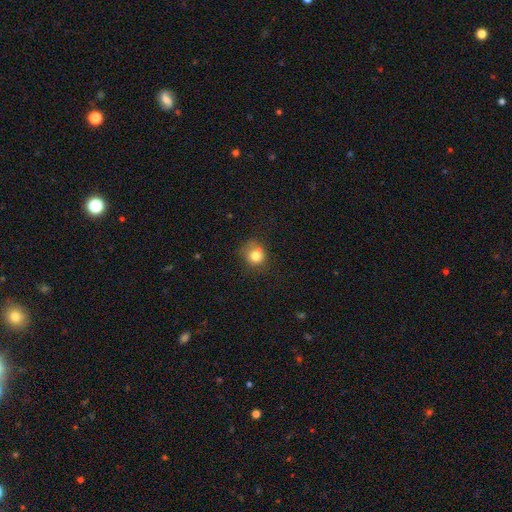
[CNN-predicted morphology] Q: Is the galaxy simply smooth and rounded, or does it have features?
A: smooth — 79%.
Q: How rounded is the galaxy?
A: round — 80%.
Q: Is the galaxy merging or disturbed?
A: none — 59%.